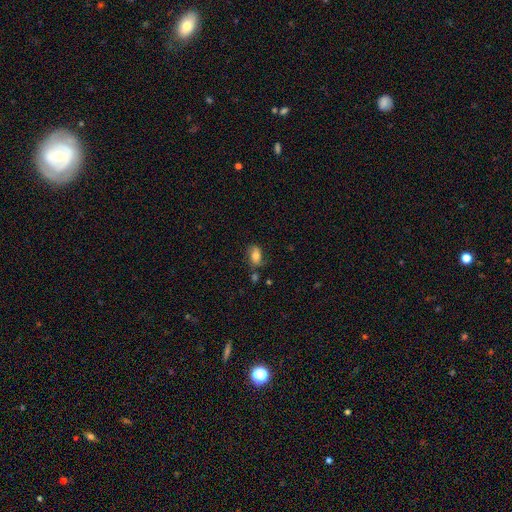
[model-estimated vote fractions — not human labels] Smooth or featured: smooth — 68% (featured or disk — 23%)
How rounded: in between — 85% (round — 12%)
Merging: none — 61% (minor disturbance — 24%)